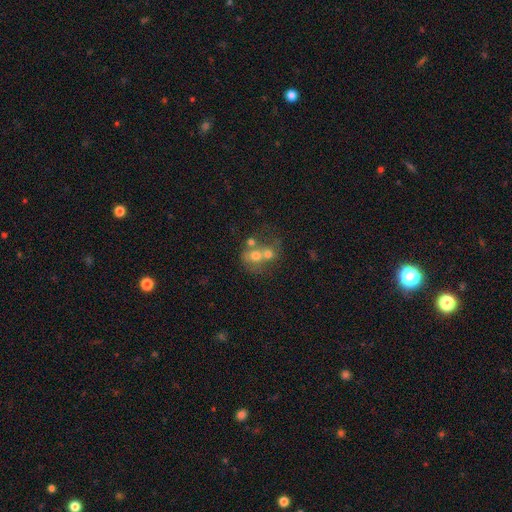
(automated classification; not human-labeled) smooth 57%, featured or disk 30%, star or artifact 13%. Down the decision tree: how rounded — round (65%); merging — merger (64%).